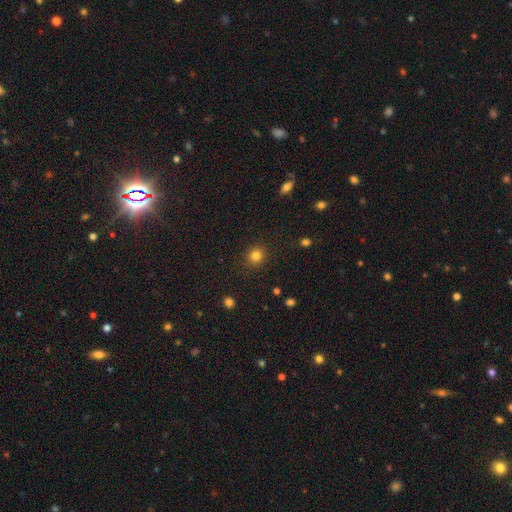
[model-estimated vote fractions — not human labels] Morphology: type=smooth (82%); roundness=round (86%); merging=none (90%).